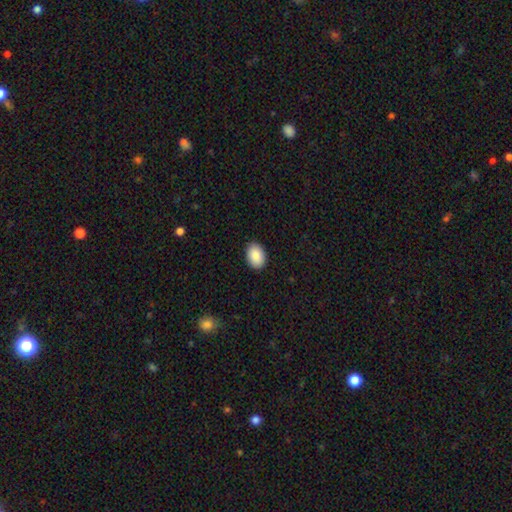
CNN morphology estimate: type=smooth (89%); roundness=in between (81%); merging=none (90%).